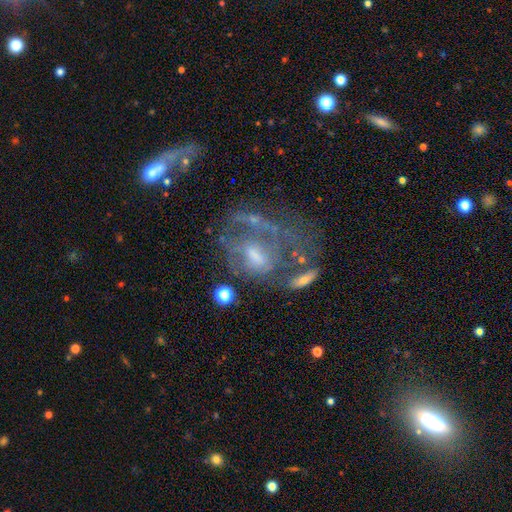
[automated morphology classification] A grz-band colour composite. It shows a featured or disk galaxy (64%) with no bar (50%), no spiral arms (60%) and a moderate central bulge (37%). Merging: major disturbance (38%).